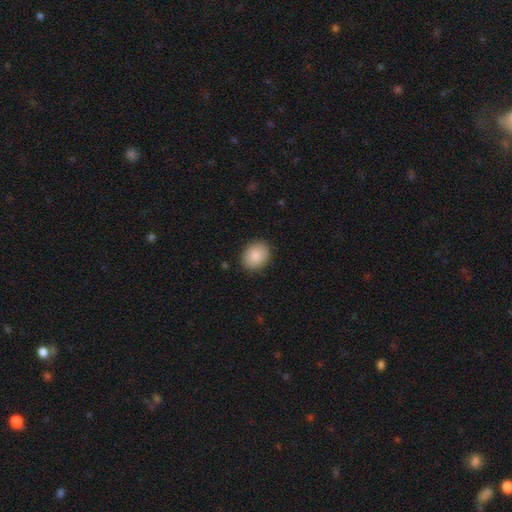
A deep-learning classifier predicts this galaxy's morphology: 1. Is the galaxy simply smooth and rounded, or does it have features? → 86% smooth, 7% featured or disk, 7% star or artifact.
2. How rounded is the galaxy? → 56% in between, 43% round, 1% cigar-shaped.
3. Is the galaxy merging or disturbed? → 88% none, 9% minor disturbance, 2% major disturbance, 1% merger.